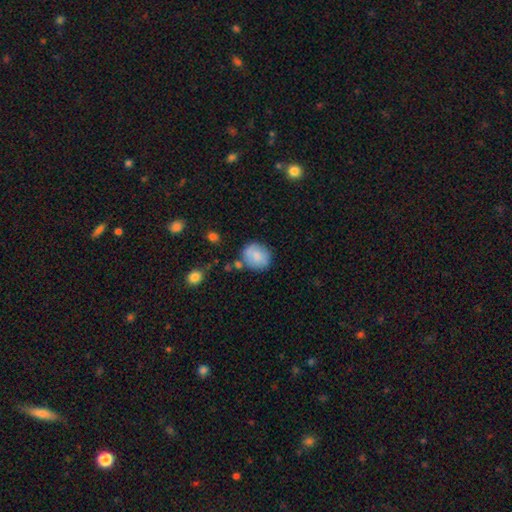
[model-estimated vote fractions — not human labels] A smooth galaxy with no disk features (79%) that is round (74%).

Vote fractions:
- Smooth or featured? smooth: 79% / featured or disk: 13% / star or artifact: 7%
- How rounded? round: 74% / in between: 25% / cigar-shaped: 1%
- Merging? none: 68% / minor disturbance: 19% / merger: 8% / major disturbance: 5%